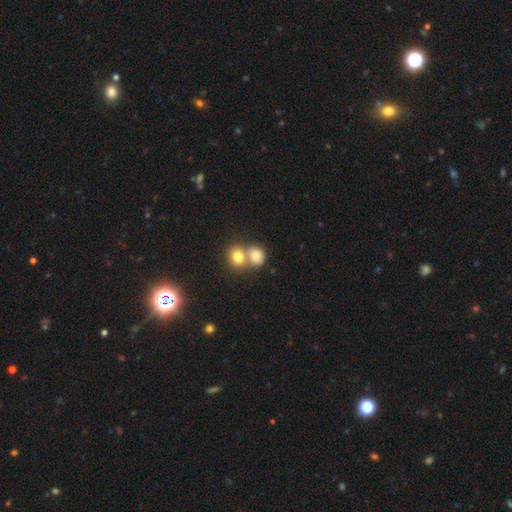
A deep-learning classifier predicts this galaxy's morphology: The model was most divided on "merging": merger: 57%, none: 33%, minor disturbance: 7%, major disturbance: 3%. More confident: smooth or featured — smooth (80%); how rounded — round (70%).